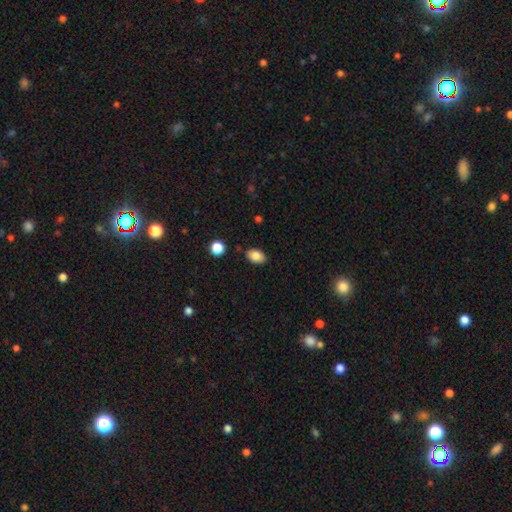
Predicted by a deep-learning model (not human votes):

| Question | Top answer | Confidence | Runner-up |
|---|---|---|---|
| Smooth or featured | smooth | 84% | star or artifact (8%) |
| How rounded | in between | 87% | round (11%) |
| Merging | none | 85% | minor disturbance (10%) |